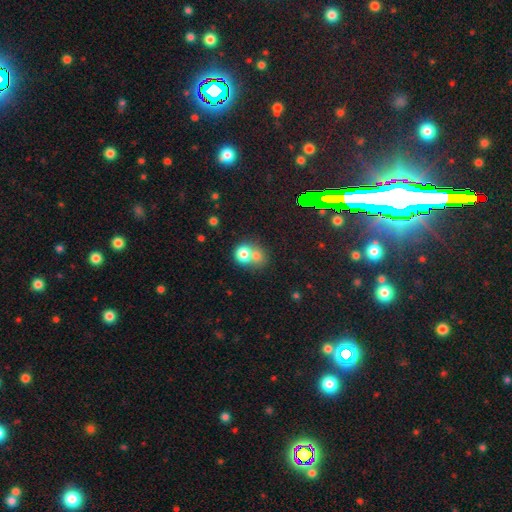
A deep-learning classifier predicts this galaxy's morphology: type=smooth (73%); roundness=round (74%); merging=merger (61%).